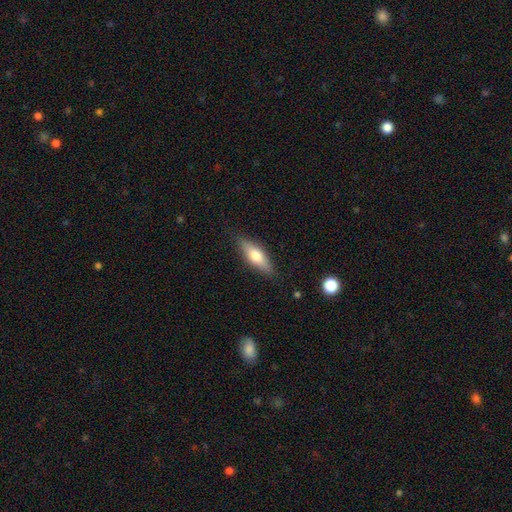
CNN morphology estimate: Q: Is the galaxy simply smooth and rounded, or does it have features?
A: smooth — 62%.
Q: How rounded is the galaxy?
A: in between — 58%.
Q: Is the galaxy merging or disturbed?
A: none — 84%.